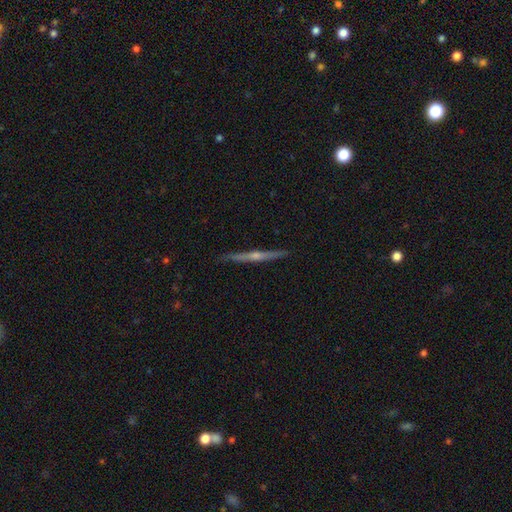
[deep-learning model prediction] featured or disk 78%, smooth 16%, star or artifact 6%. Down the decision tree: edge-on disk — yes (98%); edge-on bulge — rounded (80%); merging — none (91%).